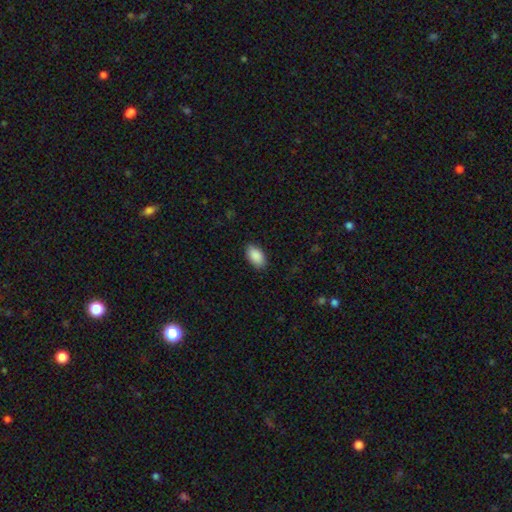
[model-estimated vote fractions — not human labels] smooth 91%, star or artifact 6%, featured or disk 3%. Down the decision tree: how rounded — in between (95%); merging — none (88%).